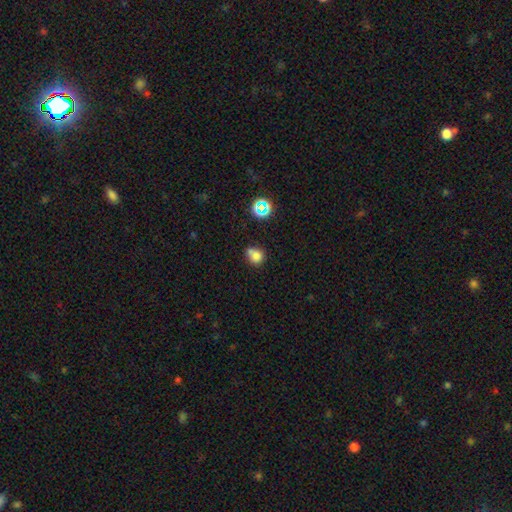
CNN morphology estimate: Smooth or featured?
  - smooth: 76% *
  - star or artifact: 14%
  - featured or disk: 10%
How rounded?
  - round: 79% *
  - in between: 20%
  - cigar-shaped: 1%
Merging?
  - none: 49% *
  - merger: 31%
  - minor disturbance: 15%
  - major disturbance: 5%